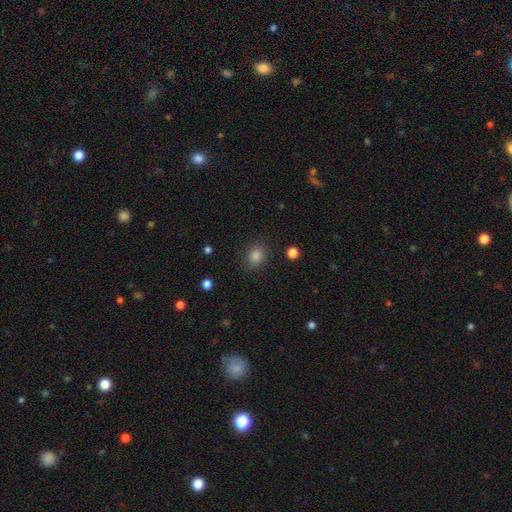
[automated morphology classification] The model was most divided on "how rounded": round: 68%, in between: 31%, cigar-shaped: 1%. More confident: merging — none (87%); smooth or featured — smooth (83%).